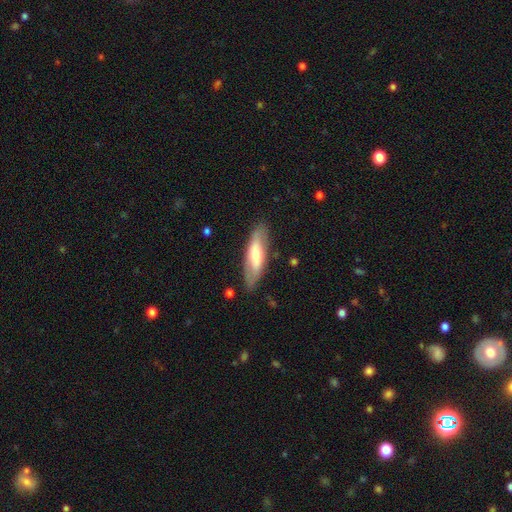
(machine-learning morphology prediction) A smooth galaxy with no disk features (53%) that is in between round and cigar-shaped (51%). Merging: none (81%).